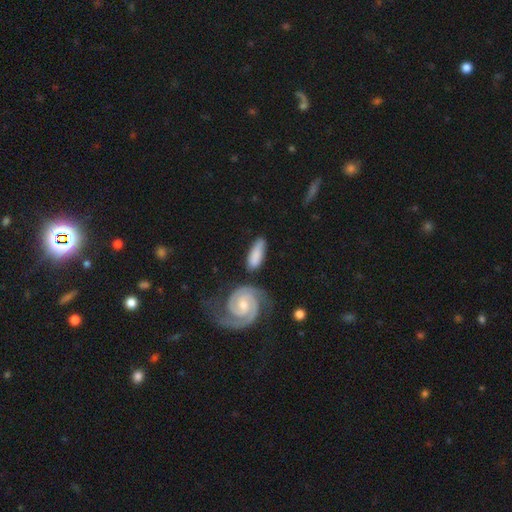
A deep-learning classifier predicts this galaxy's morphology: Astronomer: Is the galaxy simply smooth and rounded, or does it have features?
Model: smooth — 62%.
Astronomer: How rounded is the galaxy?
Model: in between — 52% (runner-up: cigar-shaped, 45%).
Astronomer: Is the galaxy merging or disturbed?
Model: none — 65%.